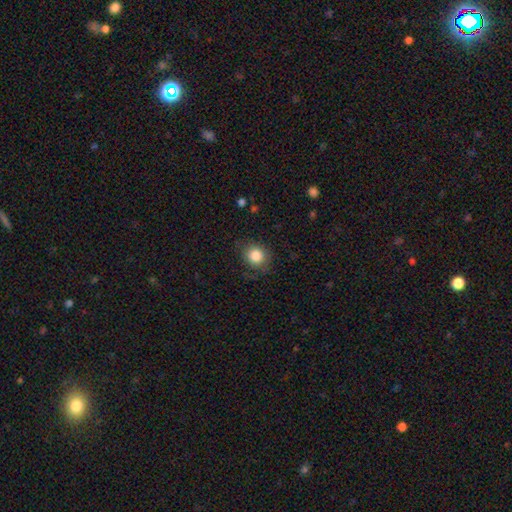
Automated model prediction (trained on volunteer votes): This appears to be a smooth galaxy with no disk features (84%) that is round (79%). Merging: none (79%).